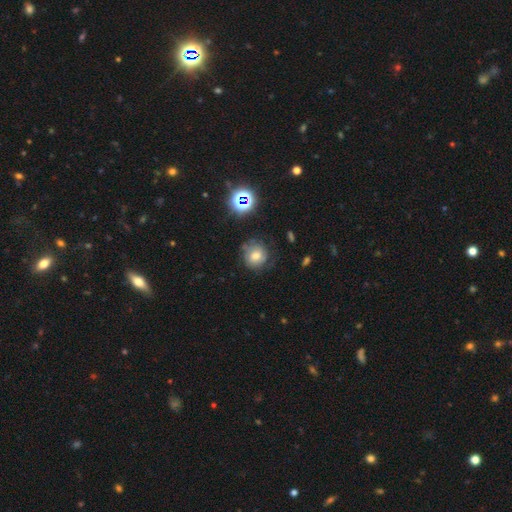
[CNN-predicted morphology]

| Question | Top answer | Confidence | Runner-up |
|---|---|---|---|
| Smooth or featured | smooth | 57% | featured or disk (26%) |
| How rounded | round | 83% | in between (16%) |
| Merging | none | 67% | minor disturbance (21%) |